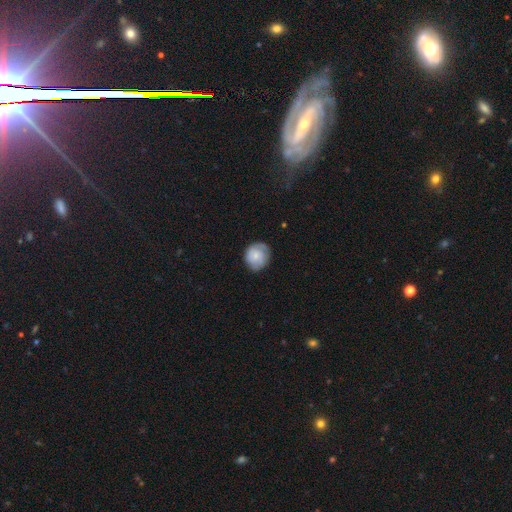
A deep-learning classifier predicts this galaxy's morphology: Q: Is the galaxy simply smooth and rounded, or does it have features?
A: smooth — 59%.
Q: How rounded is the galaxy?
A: round — 79%.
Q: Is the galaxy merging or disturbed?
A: none — 69%.